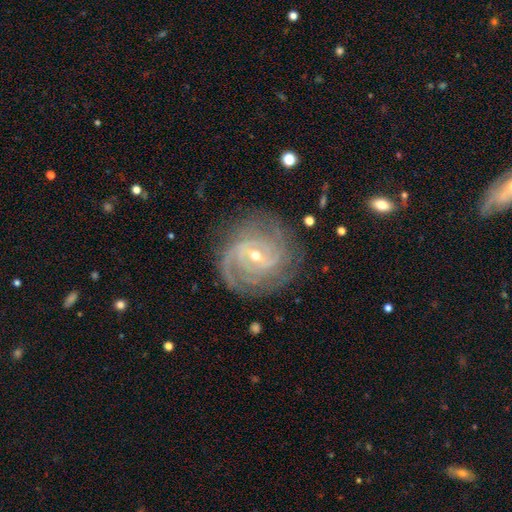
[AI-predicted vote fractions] A featured or disk galaxy (90%) with a weak bar (49%), 3 (24%) tight (71%) spiral arms (98%) and a small central bulge (61%). Merging: none (79%).